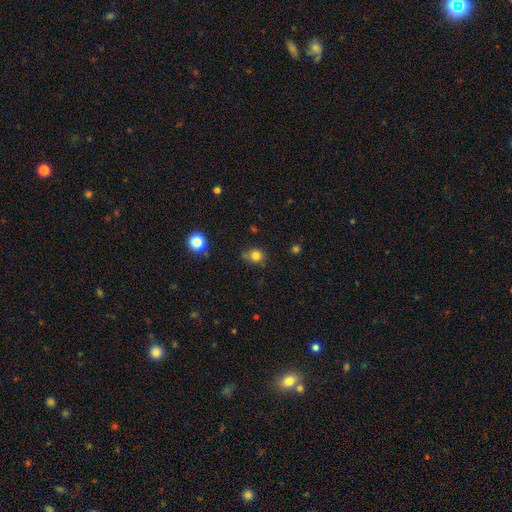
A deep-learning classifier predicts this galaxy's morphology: A smooth galaxy with no disk features (81%) that is round (77%).

Vote fractions:
- Smooth or featured? smooth: 81% / star or artifact: 13% / featured or disk: 6%
- How rounded? round: 77% / in between: 23% / cigar-shaped: 1%
- Merging? none: 71% / minor disturbance: 21% / major disturbance: 4% / merger: 4%